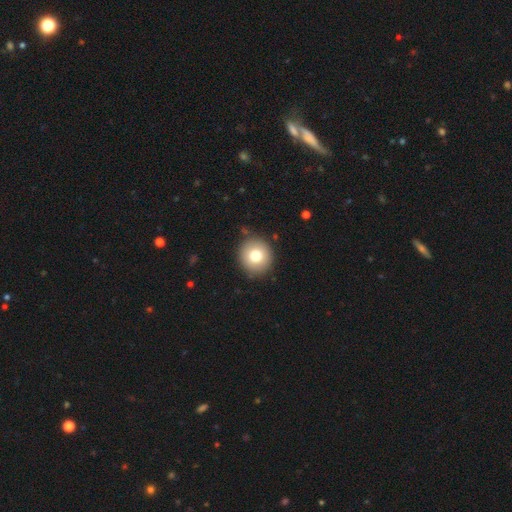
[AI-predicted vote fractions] Smooth or featured: smooth — 76% (featured or disk — 14%)
How rounded: round — 91% (in between — 8%)
Merging: none — 89% (minor disturbance — 7%)